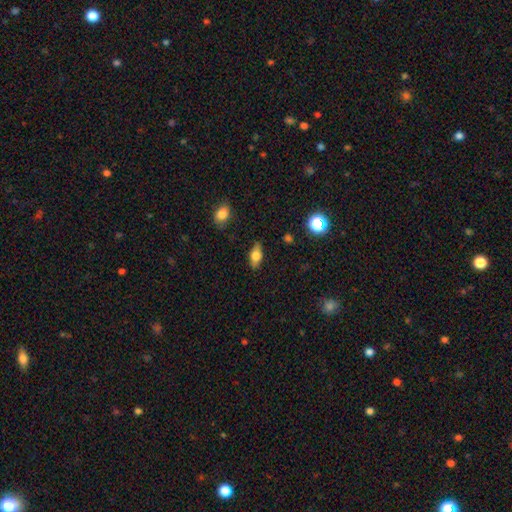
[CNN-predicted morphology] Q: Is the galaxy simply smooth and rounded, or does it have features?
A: smooth — 63%.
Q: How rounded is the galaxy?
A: in between — 78%.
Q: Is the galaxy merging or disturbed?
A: none — 84%.